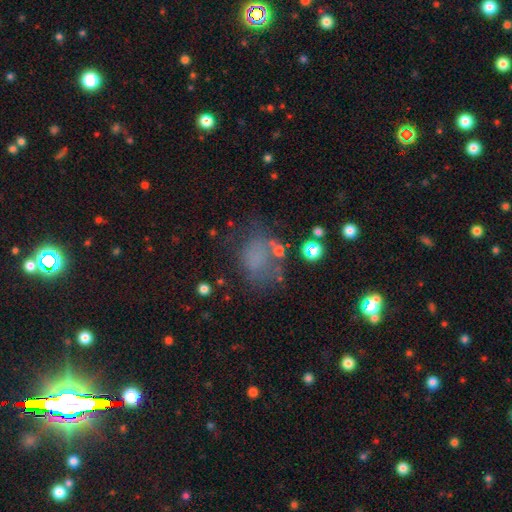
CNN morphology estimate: A smooth galaxy with no disk features (54%) that is in between round and cigar-shaped (57%).

Vote fractions:
- Smooth or featured? smooth: 54% / star or artifact: 26% / featured or disk: 20%
- How rounded? in between: 57% / round: 42% / cigar-shaped: 1%
- Merging? none: 51% / minor disturbance: 23% / major disturbance: 21% / merger: 5%